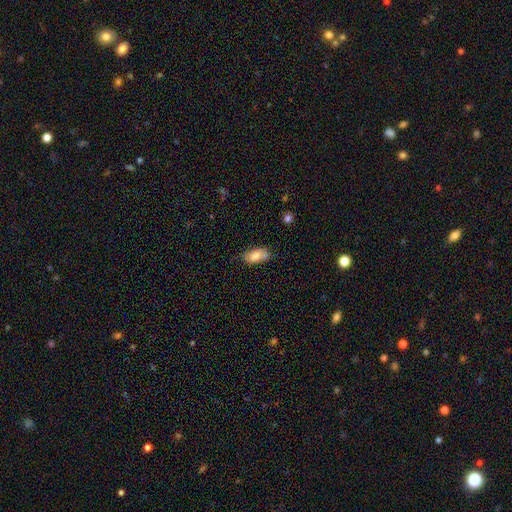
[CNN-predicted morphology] Q: Smooth or featured?
A: smooth (79%); runner-up: featured or disk (14%)
Q: How rounded?
A: in between (90%); runner-up: cigar-shaped (6%)
Q: Merging?
A: none (66%); runner-up: minor disturbance (25%)